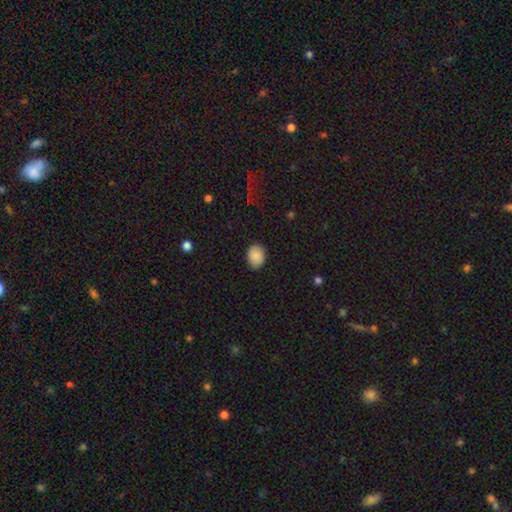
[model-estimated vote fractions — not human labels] smooth-or-featured: smooth: 89% | star or artifact: 8% | featured or disk: 3%
  how-rounded: in between: 61% | round: 38% | cigar-shaped: 1%
  merging: none: 87% | minor disturbance: 10% | major disturbance: 2% | merger: 1%